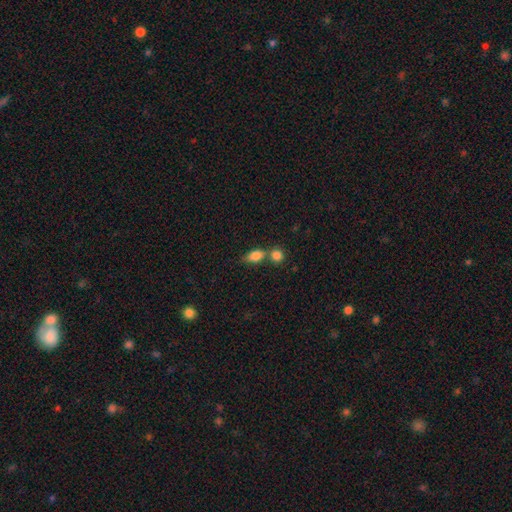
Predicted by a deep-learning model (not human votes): A smooth galaxy with no disk features (83%) that is in between round and cigar-shaped (79%).

Vote fractions:
- Smooth or featured? smooth: 83% / star or artifact: 9% / featured or disk: 8%
- How rounded? in between: 79% / round: 15% / cigar-shaped: 5%
- Merging? none: 44% / merger: 40% / minor disturbance: 12% / major disturbance: 4%